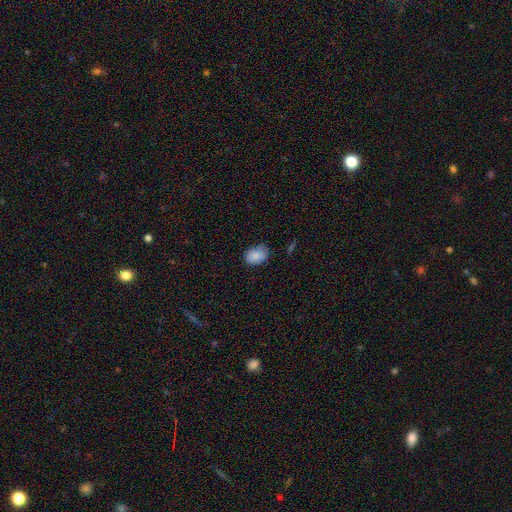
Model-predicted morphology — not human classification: type=smooth (86%); roundness=in between (73%); merging=none (66%).